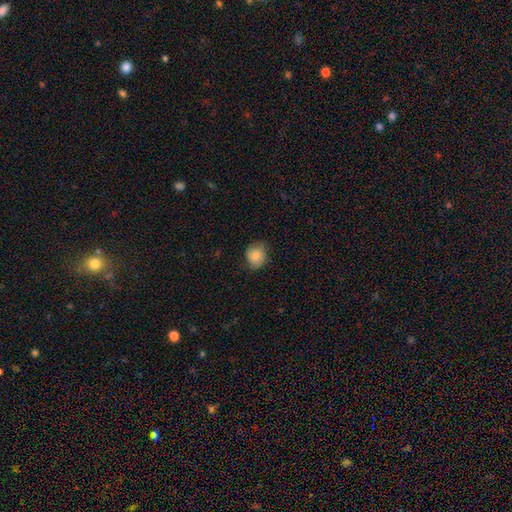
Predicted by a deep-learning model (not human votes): This appears to be a smooth galaxy with no disk features (82%) that is round (72%). Merging: none (72%).